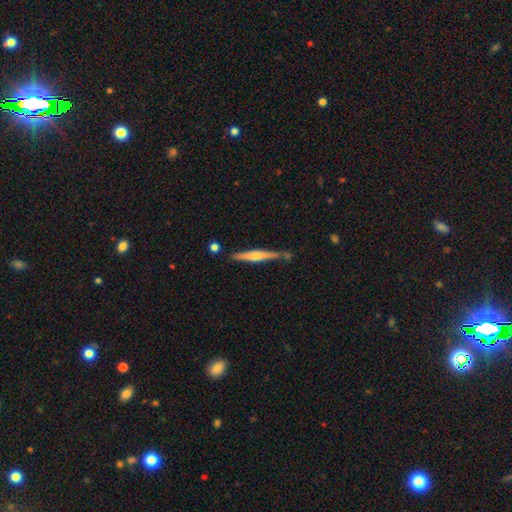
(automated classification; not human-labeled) featured or disk 58%, smooth 36%, star or artifact 5%. Down the decision tree: edge-on disk — yes (96%); edge-on bulge — rounded (79%); merging — none (77%).